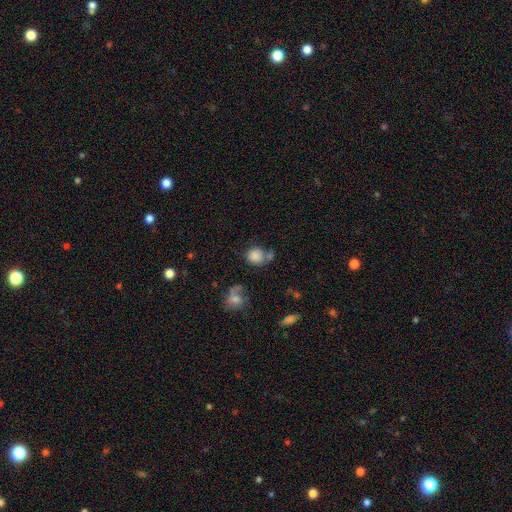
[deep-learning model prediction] Smooth or featured?
  - smooth: 83% *
  - star or artifact: 10%
  - featured or disk: 7%
How rounded?
  - round: 78% *
  - in between: 20%
  - cigar-shaped: 1%
Merging?
  - none: 54% *
  - merger: 22%
  - minor disturbance: 16%
  - major disturbance: 8%